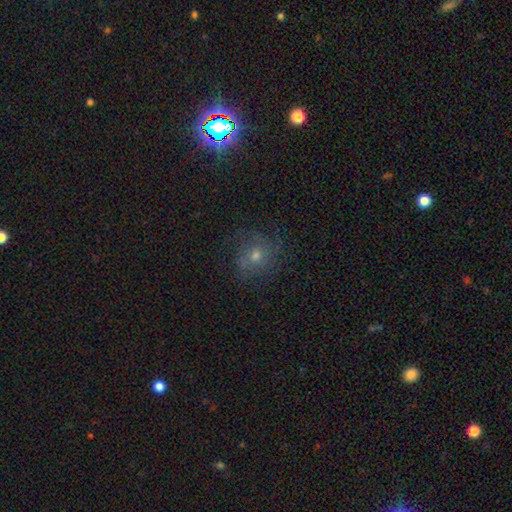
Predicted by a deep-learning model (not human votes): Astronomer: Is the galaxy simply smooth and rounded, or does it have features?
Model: smooth — 38% (runner-up: featured or disk, 35%).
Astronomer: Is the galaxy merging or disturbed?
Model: none — 72%.